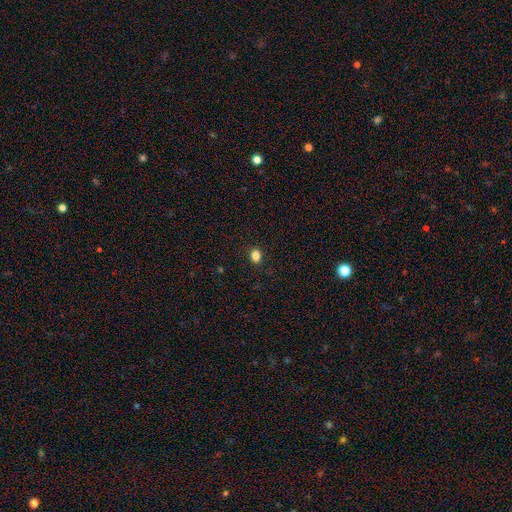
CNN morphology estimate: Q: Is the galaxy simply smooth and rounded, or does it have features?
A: smooth — 84%.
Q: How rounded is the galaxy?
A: in between — 62%.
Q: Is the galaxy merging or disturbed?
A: none — 88%.